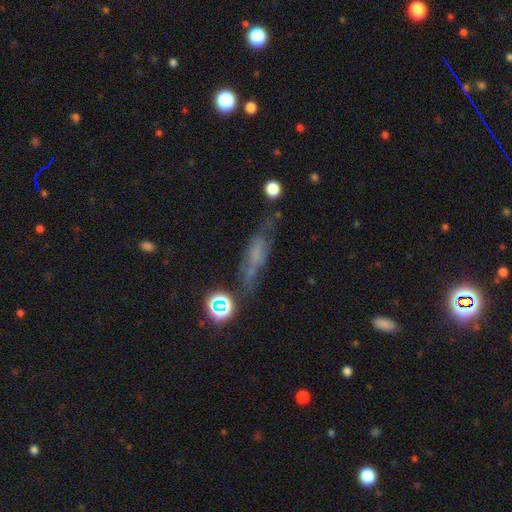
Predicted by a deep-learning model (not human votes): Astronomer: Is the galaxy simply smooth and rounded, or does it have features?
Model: featured or disk — 43% (runner-up: smooth, 37%).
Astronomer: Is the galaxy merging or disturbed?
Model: none — 53%.